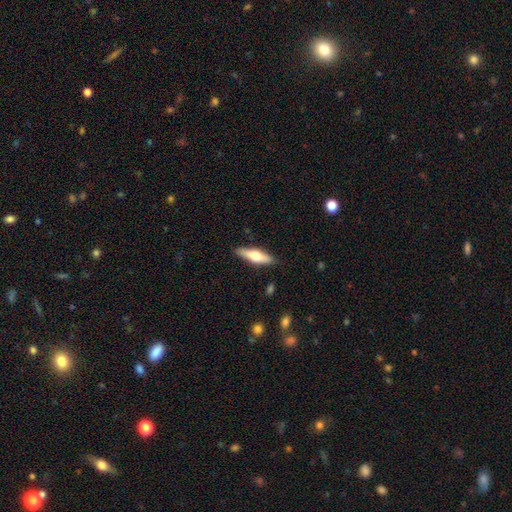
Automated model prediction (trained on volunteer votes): A smooth galaxy with no disk features (52%) that is cigar-shaped (59%).

Vote fractions:
- Smooth or featured? smooth: 52% / featured or disk: 42% / star or artifact: 6%
- How rounded? cigar-shaped: 59% / in between: 39% / round: 2%
- Merging? none: 87% / minor disturbance: 10% / major disturbance: 2% / merger: 1%